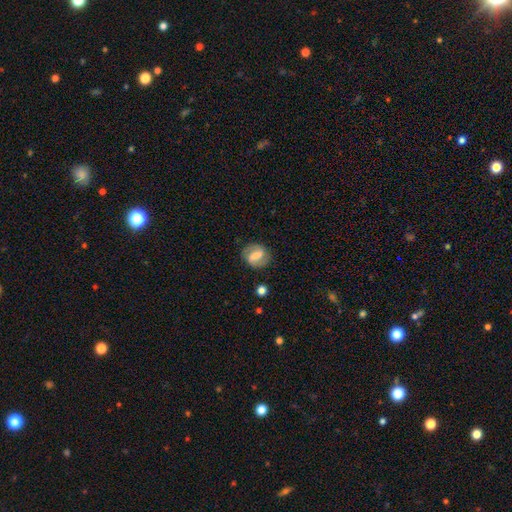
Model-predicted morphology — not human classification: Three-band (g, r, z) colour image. It shows a featured or disk galaxy (57%) with a strong bar (60%), spiral arms (73%) and a moderate central bulge (36%). Merging: none (80%).